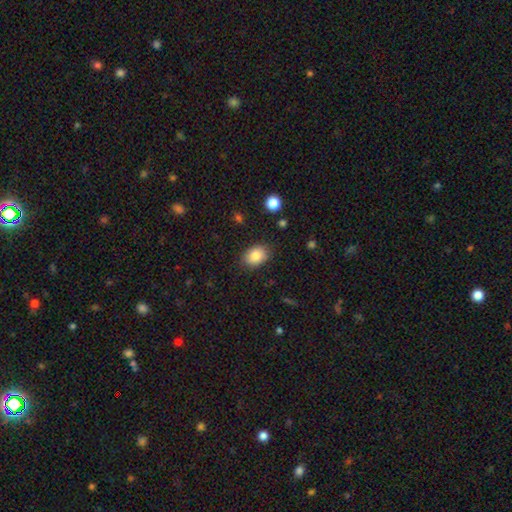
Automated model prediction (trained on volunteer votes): Smooth or featured?
  - smooth: 84% *
  - star or artifact: 8%
  - featured or disk: 8%
How rounded?
  - in between: 78% *
  - round: 21%
  - cigar-shaped: 1%
Merging?
  - none: 83% *
  - minor disturbance: 12%
  - major disturbance: 3%
  - merger: 1%